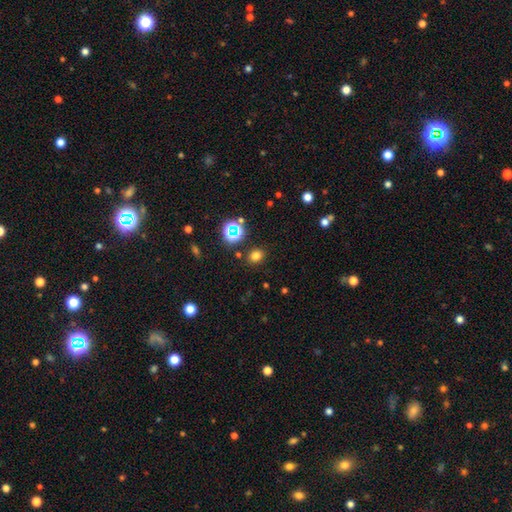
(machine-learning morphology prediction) Q: Smooth or featured?
A: smooth (73%); runner-up: star or artifact (21%)
Q: How rounded?
A: round (62%); runner-up: in between (37%)
Q: Merging?
A: none (86%); runner-up: minor disturbance (8%)